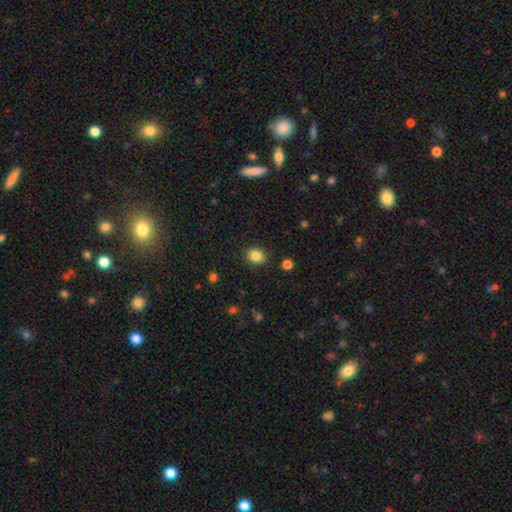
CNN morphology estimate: Smooth or featured?
  - smooth: 85% *
  - star or artifact: 10%
  - featured or disk: 5%
How rounded?
  - round: 61% *
  - in between: 39%
  - cigar-shaped: 1%
Merging?
  - none: 88% *
  - minor disturbance: 8%
  - major disturbance: 2%
  - merger: 1%